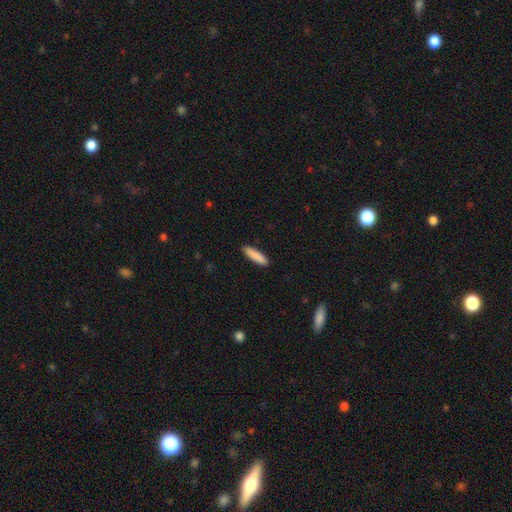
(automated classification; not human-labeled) This is clearly a smooth galaxy (88%). How rounded: likely cigar-shaped (77%). Merging: clearly none (90%).